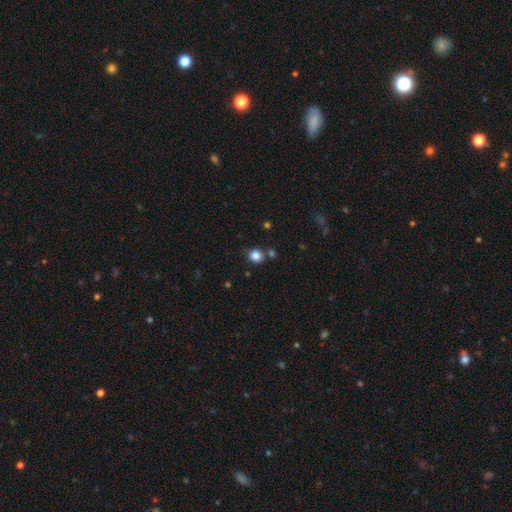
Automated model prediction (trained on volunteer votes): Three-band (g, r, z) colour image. It shows a smooth galaxy with no disk features (84%) that is round (83%). Merging: none (77%).